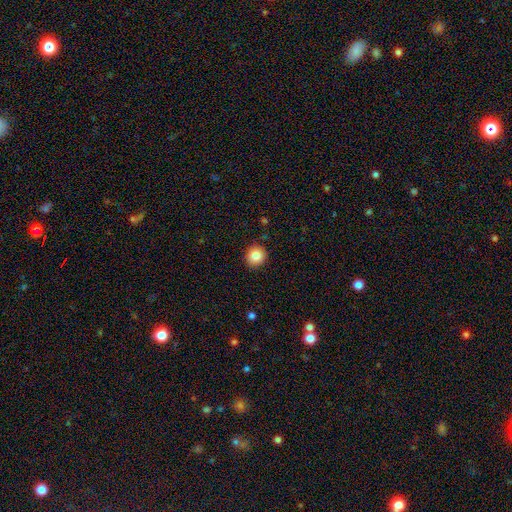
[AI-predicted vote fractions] smooth_or_featured: smooth (p=0.84) [alt: star or artifact p=0.09]
how_rounded: round (p=0.89) [alt: in between p=0.10]
merging: none (p=0.90) [alt: minor disturbance p=0.07]